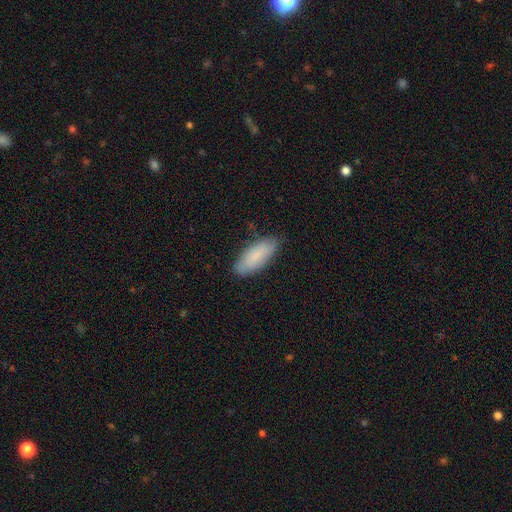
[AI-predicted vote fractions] Smooth or featured? Predicted: smooth (p=0.82). How rounded? Predicted: in between (p=0.76). Merging? Predicted: none (p=0.82).